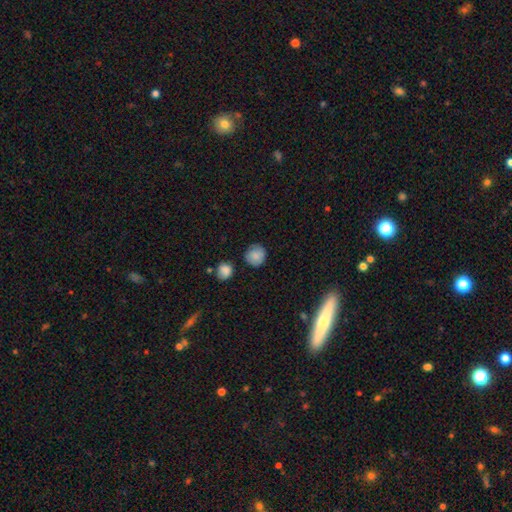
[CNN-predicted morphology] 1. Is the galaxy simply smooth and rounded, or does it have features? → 84% smooth, 9% star or artifact, 7% featured or disk.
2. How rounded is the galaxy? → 90% round, 9% in between, 1% cigar-shaped.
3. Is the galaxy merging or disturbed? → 80% none, 13% minor disturbance, 4% merger, 3% major disturbance.